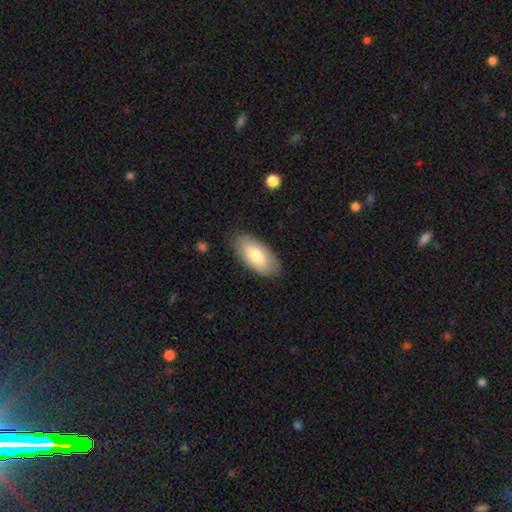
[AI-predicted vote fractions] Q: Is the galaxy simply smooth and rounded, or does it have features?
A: smooth — 75%.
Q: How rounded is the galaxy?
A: in between — 94%.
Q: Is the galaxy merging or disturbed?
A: none — 84%.